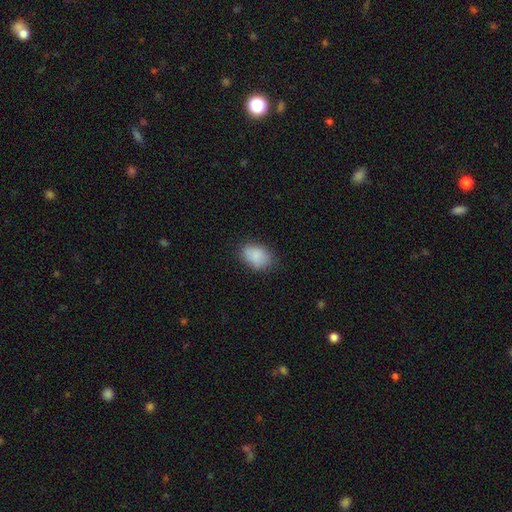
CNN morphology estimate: The model was most divided on "merging": none: 78%, minor disturbance: 17%, major disturbance: 4%, merger: 1%. More confident: smooth or featured — smooth (88%); how rounded — in between (81%).